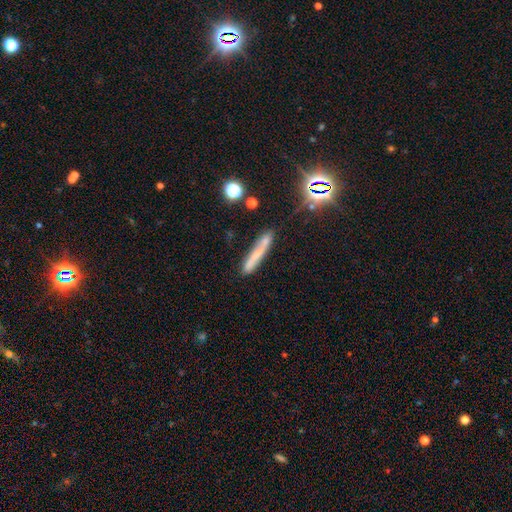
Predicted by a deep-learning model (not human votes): smooth_or_featured: smooth (p=0.57) [alt: featured or disk p=0.30]
how_rounded: cigar-shaped (p=0.93) [alt: in between p=0.05]
merging: none (p=0.69) [alt: minor disturbance p=0.18]